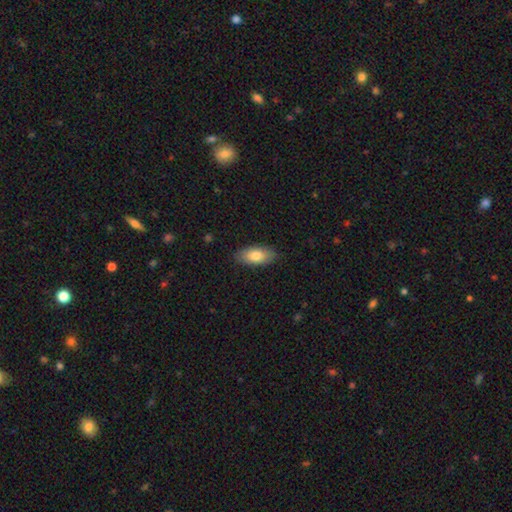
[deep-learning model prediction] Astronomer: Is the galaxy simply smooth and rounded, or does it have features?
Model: smooth — 78%.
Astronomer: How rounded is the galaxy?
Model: in between — 89%.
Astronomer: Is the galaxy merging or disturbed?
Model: none — 87%.